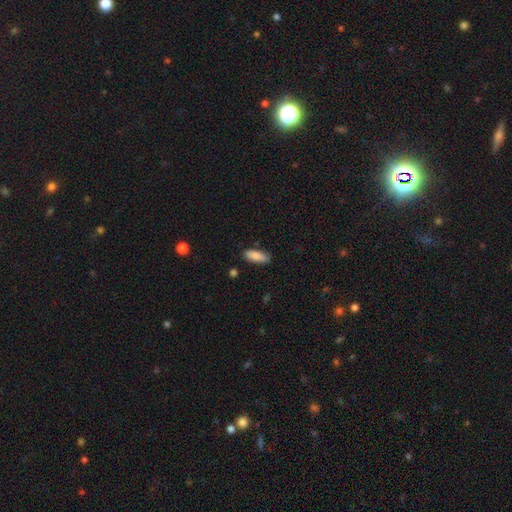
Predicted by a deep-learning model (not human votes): The model was most divided on "how rounded": in between: 76%, cigar-shaped: 22%, round: 2%. More confident: smooth or featured — smooth (87%); merging — none (83%).